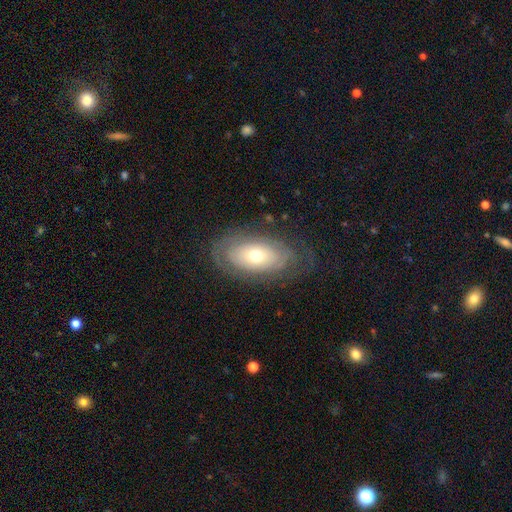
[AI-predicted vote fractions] smooth_or_featured: featured or disk (p=0.53) [alt: smooth p=0.40]
disk_edge_on: no (p=0.89) [alt: yes p=0.11]
merging: none (p=0.73) [alt: minor disturbance p=0.17]